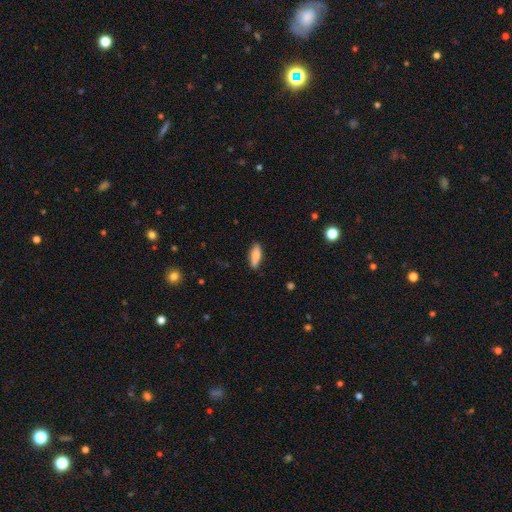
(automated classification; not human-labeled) smooth-or-featured: smooth: 79% | featured or disk: 15% | star or artifact: 6%
  how-rounded: in between: 54% | cigar-shaped: 44% | round: 2%
  merging: none: 85% | minor disturbance: 12% | major disturbance: 2% | merger: 1%